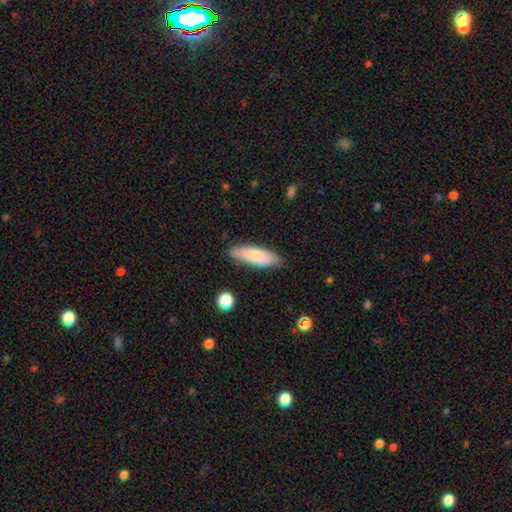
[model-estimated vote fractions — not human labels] A smooth galaxy with no disk features (78%) that is in between round and cigar-shaped (51%).

Vote fractions:
- Smooth or featured? smooth: 78% / featured or disk: 16% / star or artifact: 6%
- How rounded? in between: 51% / cigar-shaped: 47% / round: 2%
- Merging? none: 79% / minor disturbance: 16% / major disturbance: 3% / merger: 2%